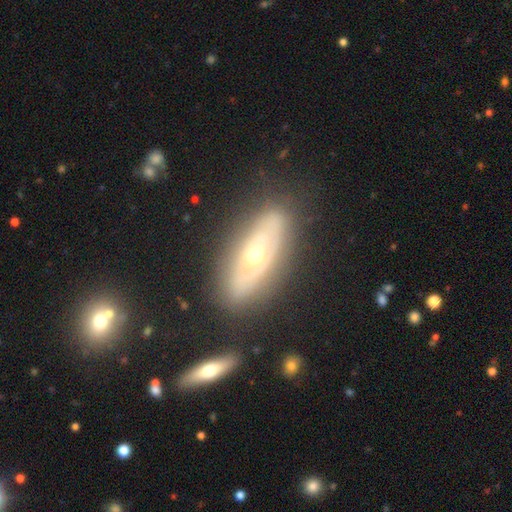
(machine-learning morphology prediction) This appears to be a featured or disk galaxy (66%). Merging: none (79%).